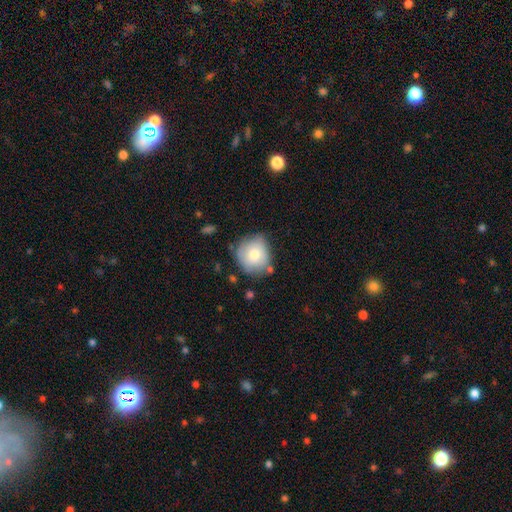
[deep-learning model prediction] Q: Smooth or featured?
A: smooth (68%); runner-up: featured or disk (22%)
Q: How rounded?
A: round (87%); runner-up: in between (12%)
Q: Merging?
A: none (66%); runner-up: minor disturbance (24%)